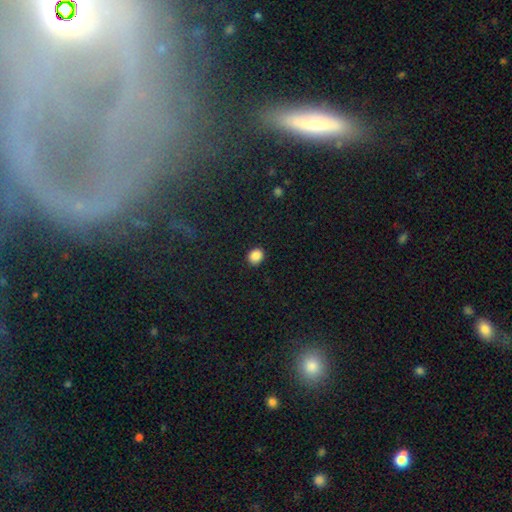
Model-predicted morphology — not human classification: smooth-or-featured: smooth: 87% | star or artifact: 10% | featured or disk: 4%
  how-rounded: round: 68% | in between: 31% | cigar-shaped: 1%
  merging: none: 90% | minor disturbance: 7% | major disturbance: 2% | merger: 1%